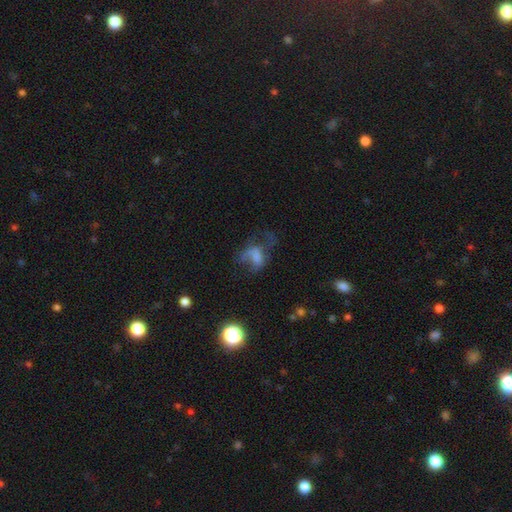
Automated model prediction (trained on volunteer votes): The model was most divided on "smooth or featured": smooth: 43%, featured or disk: 41%, star or artifact: 16%. More confident: merging — major disturbance (53%).